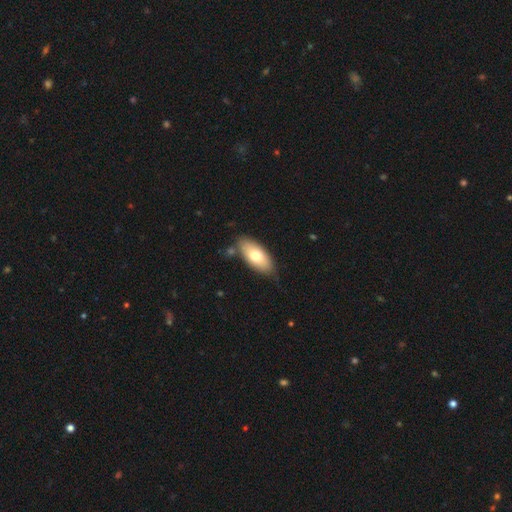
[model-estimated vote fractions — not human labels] smooth-or-featured: smooth: 71% | featured or disk: 23% | star or artifact: 6%
  how-rounded: in between: 89% | cigar-shaped: 9% | round: 3%
  merging: none: 77% | minor disturbance: 15% | merger: 5% | major disturbance: 3%